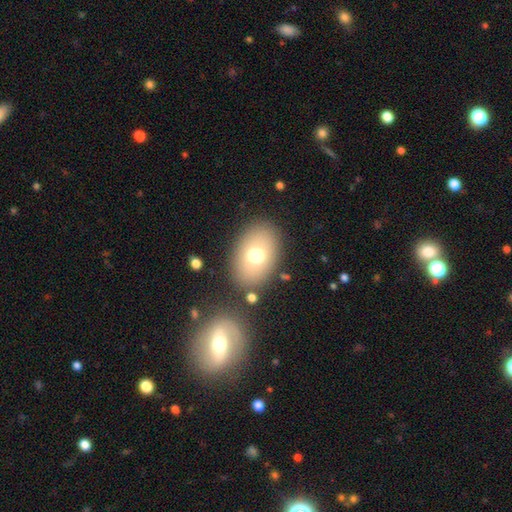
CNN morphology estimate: smooth 71%, featured or disk 19%, star or artifact 11%. Down the decision tree: how rounded — in between (79%); merging — none (82%).